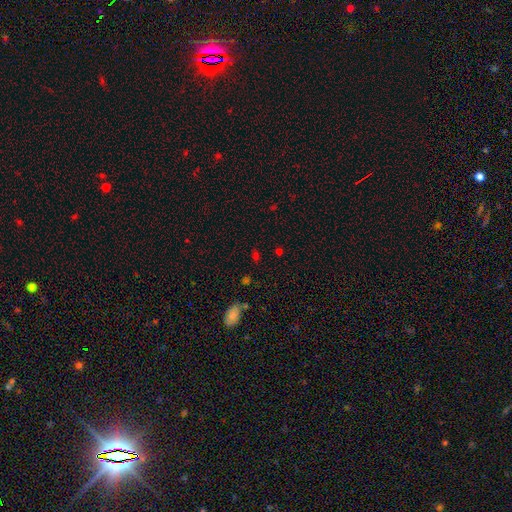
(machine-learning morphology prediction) A smooth galaxy with no disk features (53%) that is in between round and cigar-shaped (64%). Merging: none (72%).